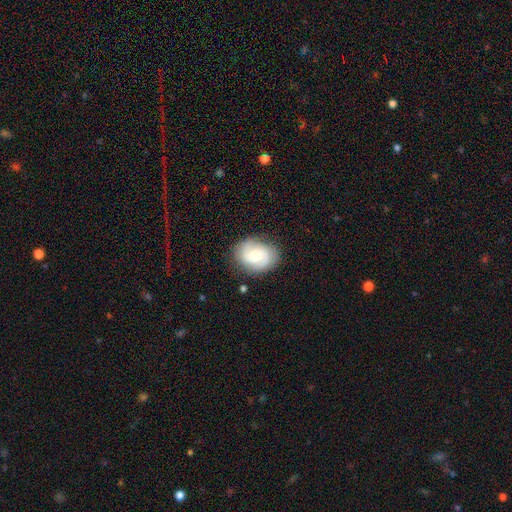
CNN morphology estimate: smooth_or_featured: featured or disk (p=0.63) [alt: smooth p=0.31]
disk_edge_on: no (p=0.97) [alt: yes p=0.03]
bar: no (p=0.59) [alt: weak p=0.35]
has_spiral_arms: yes (p=0.90) [alt: no p=0.10]
spiral_winding: medium (p=0.45) [alt: tight p=0.36]
spiral_arm_count: 2 (p=0.75) [alt: can't tell p=0.12]
bulge_size: moderate (p=0.60) [alt: small p=0.30]
merging: none (p=0.80) [alt: minor disturbance p=0.14]